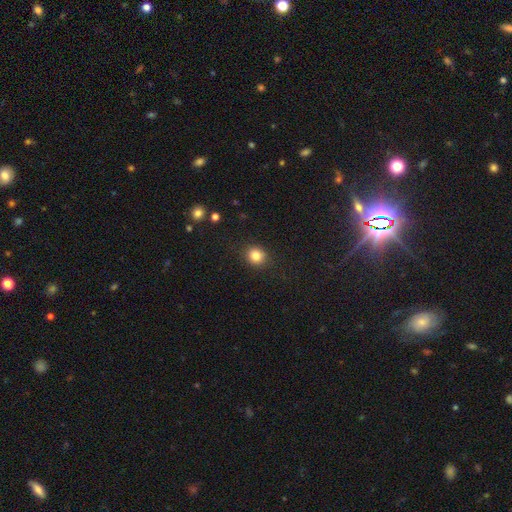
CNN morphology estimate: A smooth galaxy with no disk features (83%) that is round (81%). Merging: none (89%).